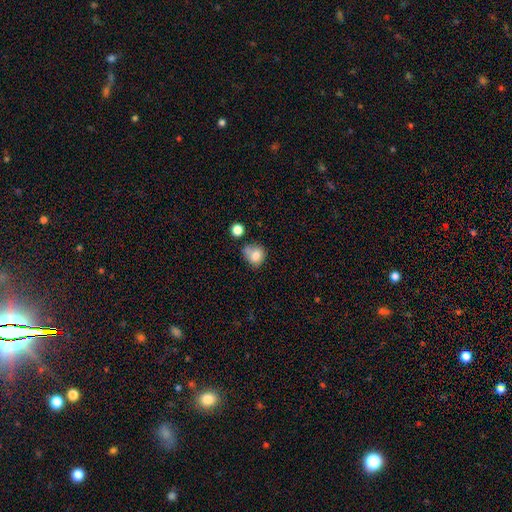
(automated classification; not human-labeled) smooth-or-featured: smooth: 78% | featured or disk: 12% | star or artifact: 10%
  how-rounded: round: 72% | in between: 28% | cigar-shaped: 1%
  merging: none: 45% | minor disturbance: 27% | merger: 16% | major disturbance: 11%